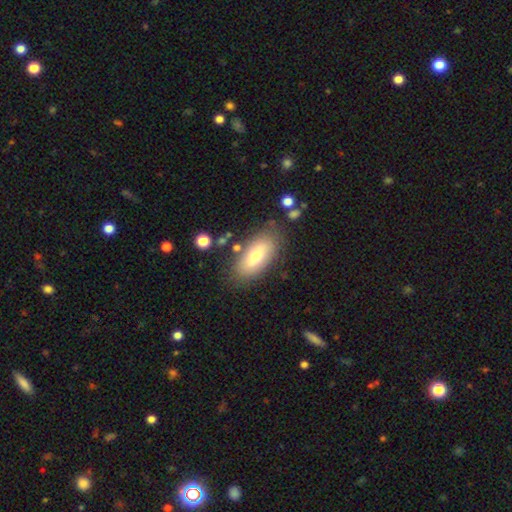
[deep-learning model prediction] This appears to be a smooth galaxy with no disk features (65%) that is in between round and cigar-shaped (85%). Merging: none (79%).